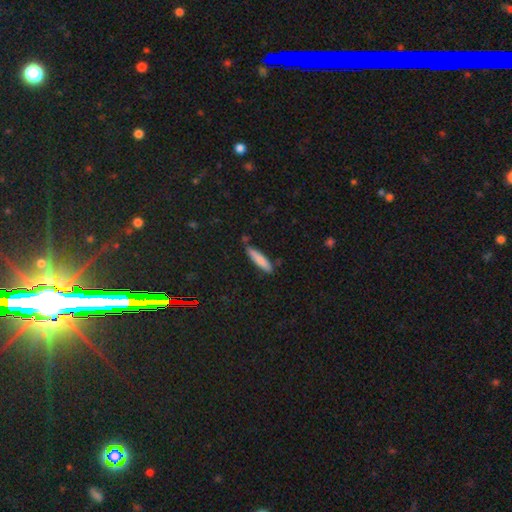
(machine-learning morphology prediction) smooth-or-featured: smooth: 76% | featured or disk: 14% | star or artifact: 10%
  how-rounded: cigar-shaped: 82% | in between: 16% | round: 2%
  merging: none: 80% | minor disturbance: 15% | merger: 3% | major disturbance: 2%